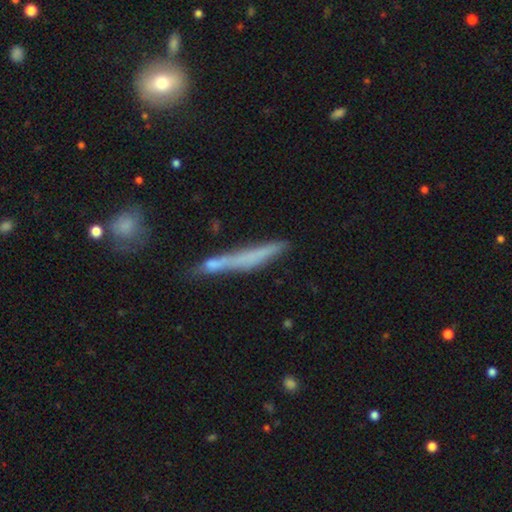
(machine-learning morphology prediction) smooth_or_featured: smooth (p=0.54) [alt: featured or disk p=0.37]
how_rounded: cigar-shaped (p=0.93) [alt: in between p=0.05]
merging: none (p=0.48) [alt: merger p=0.21]